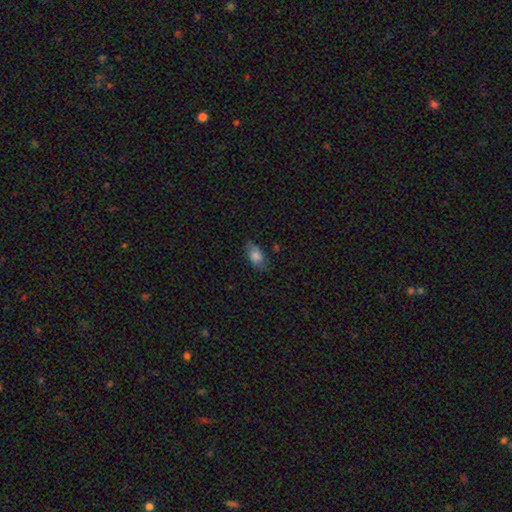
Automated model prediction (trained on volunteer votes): smooth-or-featured: smooth: 76% | featured or disk: 15% | star or artifact: 8%
  how-rounded: in between: 89% | round: 6% | cigar-shaped: 5%
  merging: none: 72% | minor disturbance: 21% | major disturbance: 6% | merger: 1%